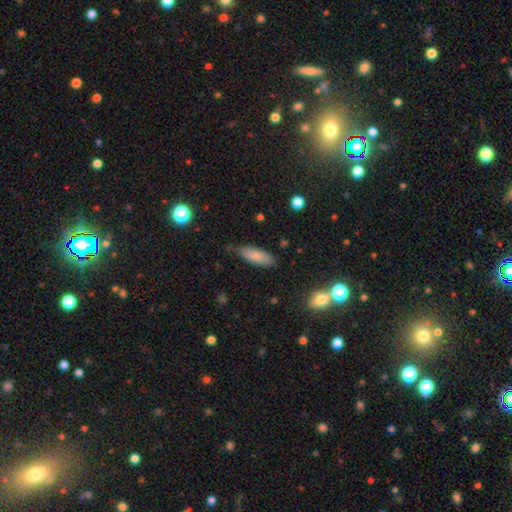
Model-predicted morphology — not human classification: Q: Smooth or featured?
A: smooth (81%); runner-up: featured or disk (12%)
Q: How rounded?
A: in between (65%); runner-up: cigar-shaped (33%)
Q: Merging?
A: none (71%); runner-up: minor disturbance (23%)